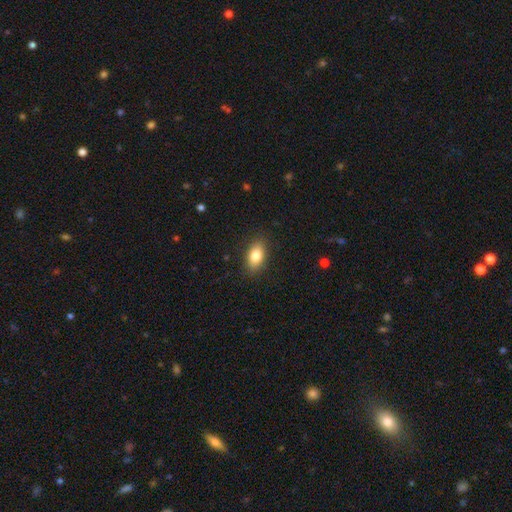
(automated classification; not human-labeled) Smooth or featured? smooth (82%)
How rounded? in between (88%)
Merging? none (87%)